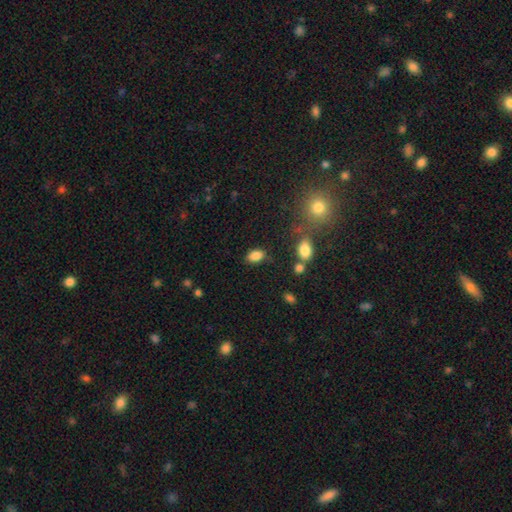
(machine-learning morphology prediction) smooth 85%, star or artifact 10%, featured or disk 5%. Down the decision tree: how rounded — in between (87%); merging — none (71%).